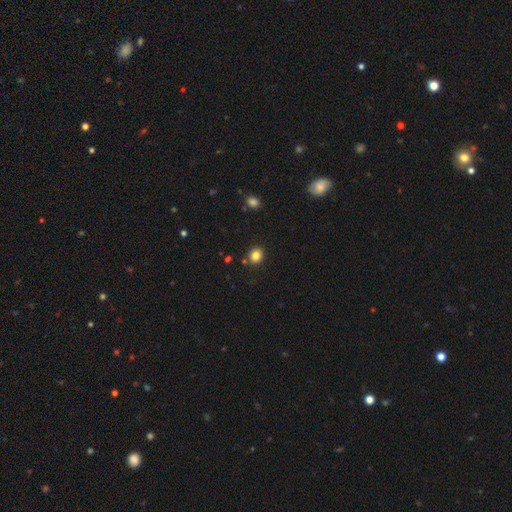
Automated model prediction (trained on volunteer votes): Smooth or featured: smooth — 84% (star or artifact — 11%)
How rounded: round — 67% (in between — 32%)
Merging: none — 84% (minor disturbance — 9%)